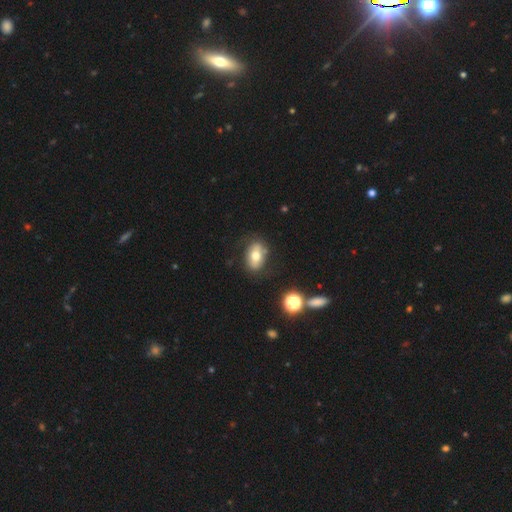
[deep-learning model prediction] A smooth galaxy with no disk features (65%) that is in between round and cigar-shaped (85%). Merging: none (78%).